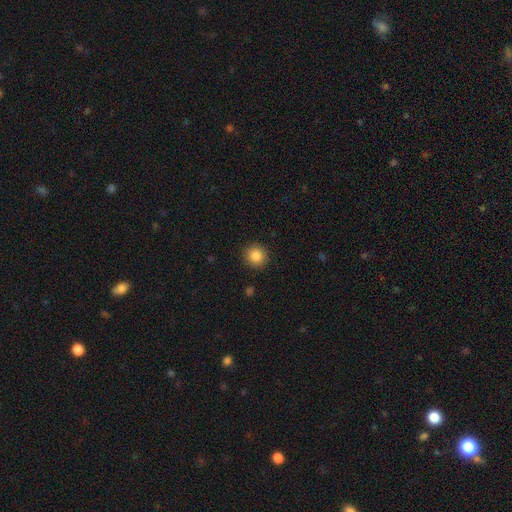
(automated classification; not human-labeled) smooth-or-featured: smooth: 86% | star or artifact: 10% | featured or disk: 4%
  how-rounded: round: 94% | in between: 5% | cigar-shaped: 1%
  merging: none: 91% | minor disturbance: 6% | major disturbance: 2% | merger: 1%